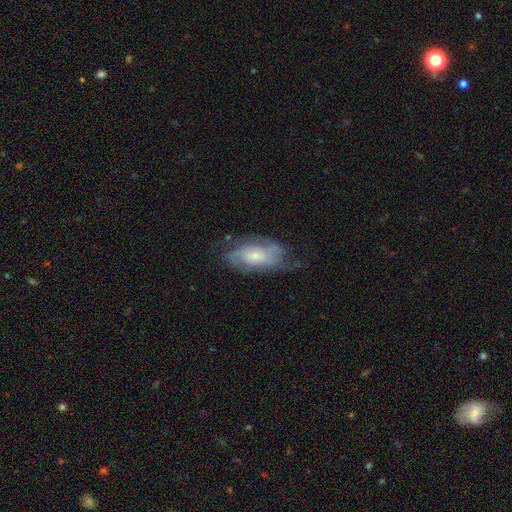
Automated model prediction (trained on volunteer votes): Overall: featured or disk (66%; smooth 27%). Edge-on disk: no (92%). Bar: no (65%; weak 28%). Spiral arms: yes (83%). Spiral arm count: 2 (43%; can't tell 37%). Spiral winding: medium (41%; tight 40%). Bulge size: small (53%; moderate 34%). Merging: none (56%; minor disturbance 26%).